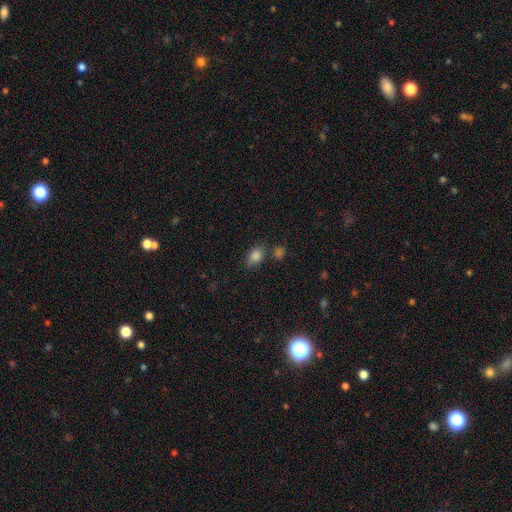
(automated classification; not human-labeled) smooth_or_featured: smooth (p=0.84) [alt: star or artifact p=0.10]
how_rounded: in between (p=0.81) [alt: round p=0.17]
merging: none (p=0.68) [alt: minor disturbance p=0.15]